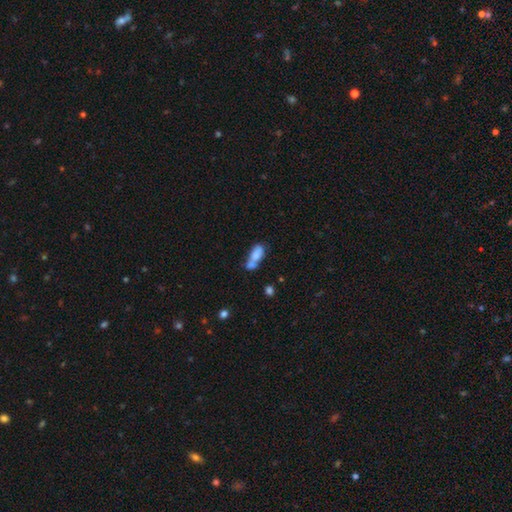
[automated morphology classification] This is likely a smooth galaxy (72%). How rounded: clearly in between (82%). Merging: possibly merger (53%).